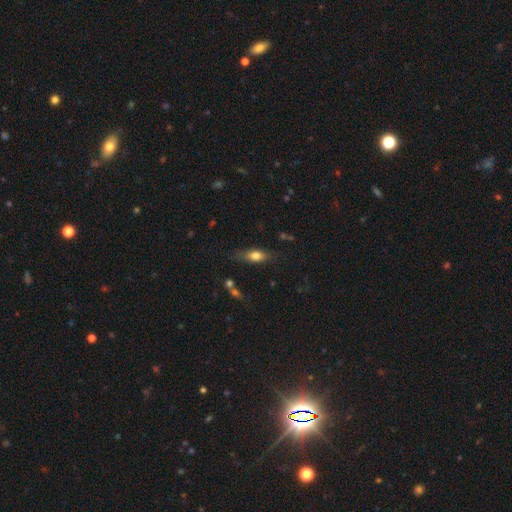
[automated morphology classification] smooth 70%, featured or disk 22%, star or artifact 8%. Down the decision tree: how rounded — in between (64%); merging — none (72%).